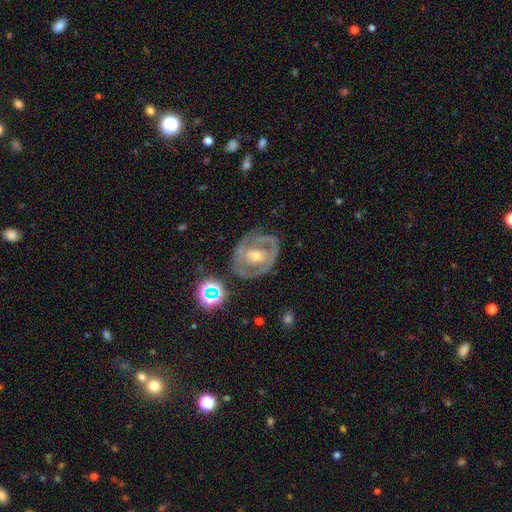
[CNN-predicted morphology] A featured or disk galaxy (79%) with no bar (48%), spiral arms (65%) and a moderate central bulge (56%). Merging: none (73%).